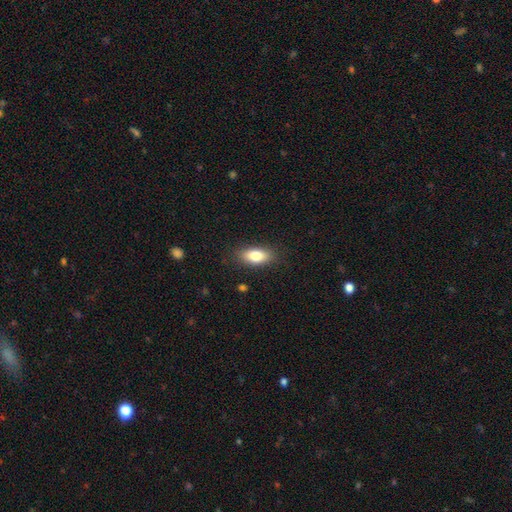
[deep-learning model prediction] A smooth galaxy with no disk features (81%) that is in between round and cigar-shaped (83%).

Vote fractions:
- Smooth or featured? smooth: 81% / featured or disk: 11% / star or artifact: 8%
- How rounded? in between: 83% / cigar-shaped: 12% / round: 5%
- Merging? none: 85% / minor disturbance: 11% / major disturbance: 3% / merger: 1%